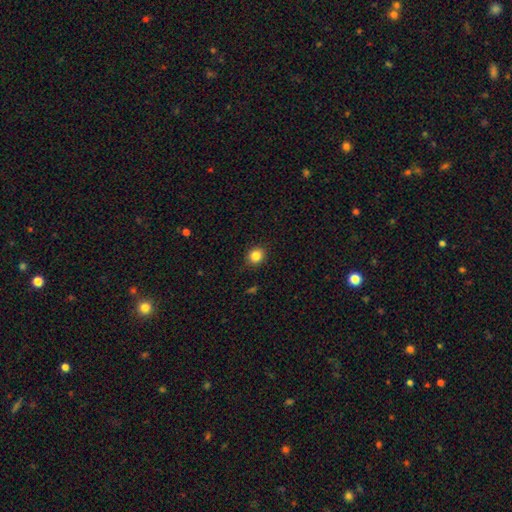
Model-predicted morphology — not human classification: Smooth or featured? Predicted: smooth (p=0.85). How rounded? Predicted: round (p=0.79). Merging? Predicted: none (p=0.89).